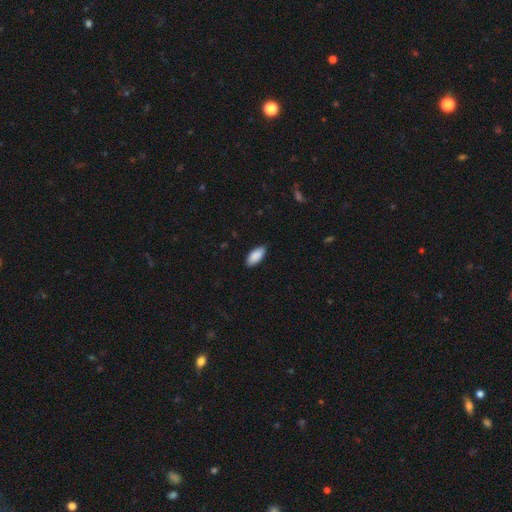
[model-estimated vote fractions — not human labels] A smooth galaxy with no disk features (90%) that is in between round and cigar-shaped (91%).

Vote fractions:
- Smooth or featured? smooth: 90% / star or artifact: 6% / featured or disk: 5%
- How rounded? in between: 91% / cigar-shaped: 8% / round: 2%
- Merging? none: 84% / minor disturbance: 13% / major disturbance: 2% / merger: 1%